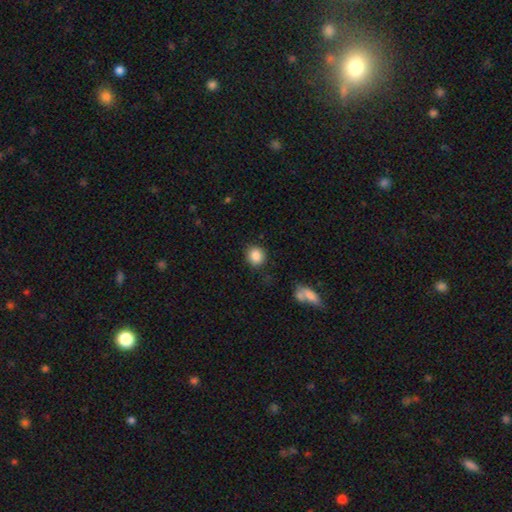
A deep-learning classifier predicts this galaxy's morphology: A smooth galaxy with no disk features (87%) that is round (83%). Merging: none (85%).